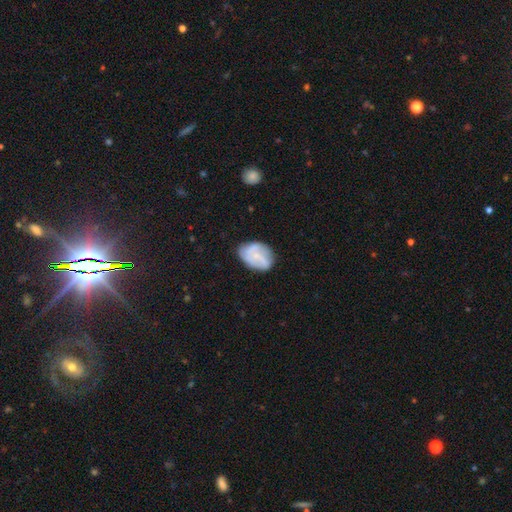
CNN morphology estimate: smooth_or_featured: featured or disk (p=0.54) [alt: smooth p=0.39]
disk_edge_on: no (p=0.97) [alt: yes p=0.03]
bar: no (p=0.57) [alt: weak p=0.35]
has_spiral_arms: yes (p=0.74) [alt: no p=0.26]
bulge_size: small (p=0.55) [alt: none p=0.26]
merging: none (p=0.64) [alt: minor disturbance p=0.25]